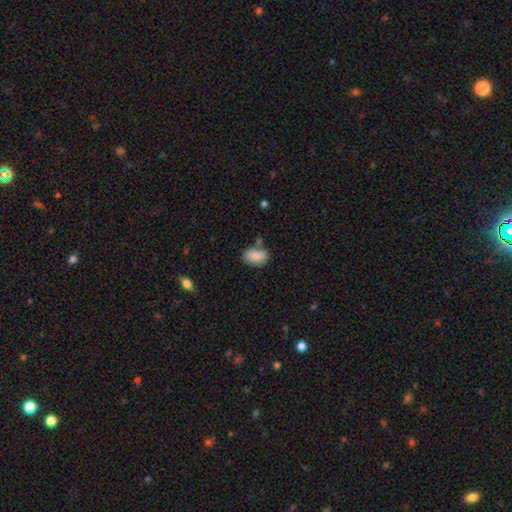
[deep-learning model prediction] smooth 85%, featured or disk 8%, star or artifact 8%. Down the decision tree: how rounded — in between (85%); merging — none (68%).